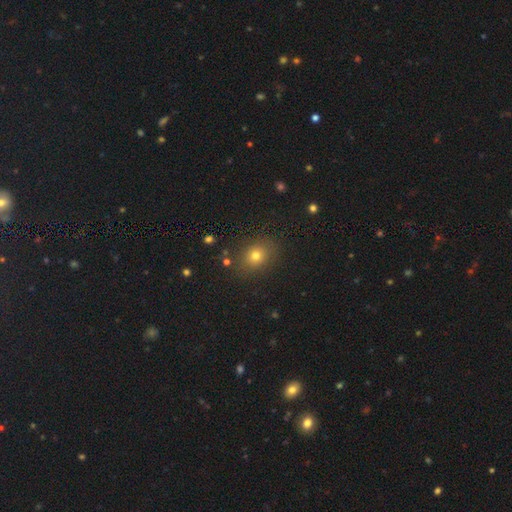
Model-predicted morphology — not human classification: smooth_or_featured: smooth (p=0.74) [alt: star or artifact p=0.17]
how_rounded: round (p=0.58) [alt: in between p=0.41]
merging: none (p=0.85) [alt: minor disturbance p=0.10]